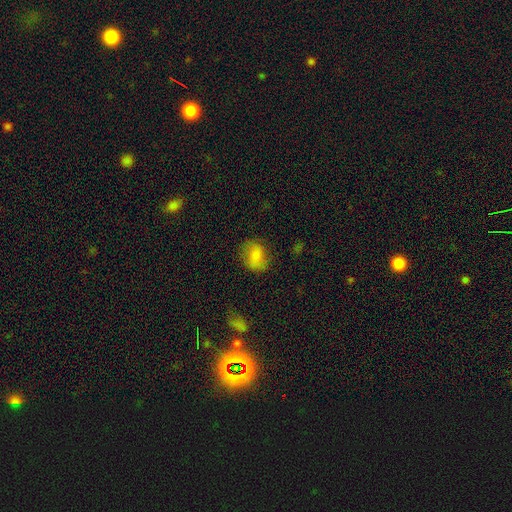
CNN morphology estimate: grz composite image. It shows a smooth galaxy with no disk features (76%) that is in between round and cigar-shaped (51%). Merging: none (74%).